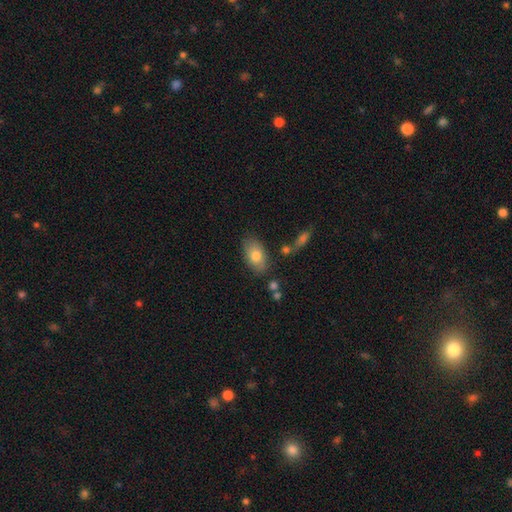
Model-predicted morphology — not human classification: A smooth galaxy with no disk features (77%) that is in between round and cigar-shaped (91%).

Vote fractions:
- Smooth or featured? smooth: 77% / featured or disk: 16% / star or artifact: 7%
- How rounded? in between: 91% / round: 7% / cigar-shaped: 2%
- Merging? none: 77% / minor disturbance: 14% / merger: 5% / major disturbance: 4%